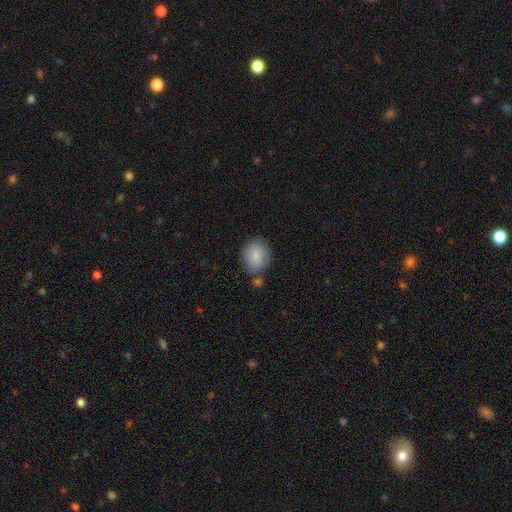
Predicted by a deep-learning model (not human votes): Smooth or featured?
  - smooth: 87% *
  - star or artifact: 7%
  - featured or disk: 6%
How rounded?
  - round: 62% *
  - in between: 36%
  - cigar-shaped: 1%
Merging?
  - none: 69% *
  - minor disturbance: 16%
  - merger: 11%
  - major disturbance: 4%